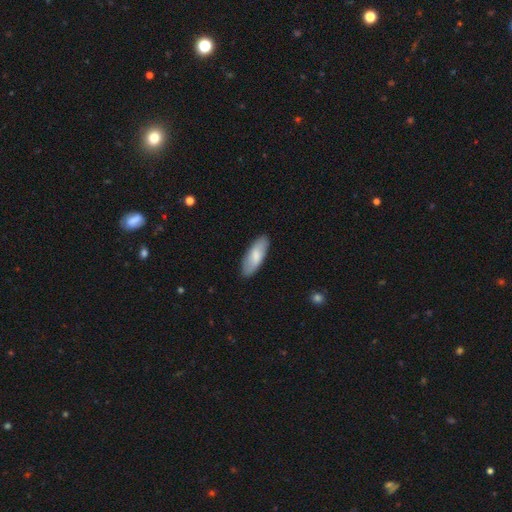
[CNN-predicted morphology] Overall: smooth (75%). How rounded: in between (72%). Merging: none (88%).